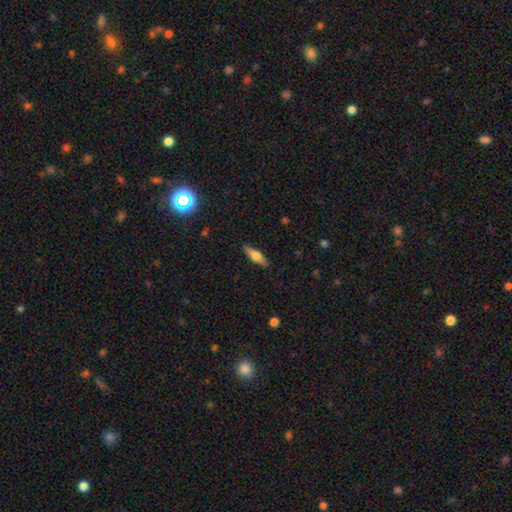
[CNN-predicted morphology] A featured or disk galaxy (48%).

Vote fractions:
- Smooth or featured? featured or disk: 48% / smooth: 45% / star or artifact: 7%
- Merging? none: 88% / minor disturbance: 9% / major disturbance: 2% / merger: 1%